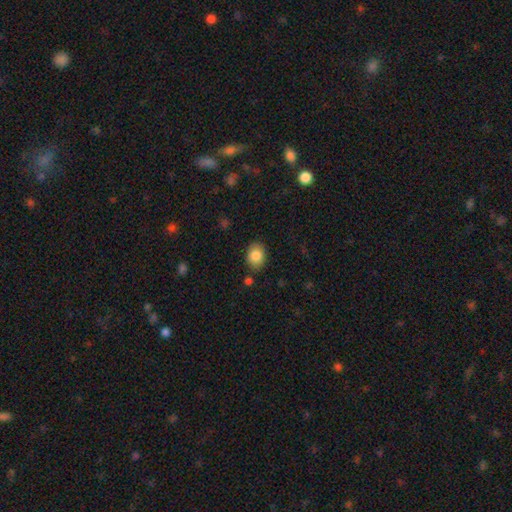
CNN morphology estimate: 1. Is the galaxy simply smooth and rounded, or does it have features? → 85% smooth, 8% star or artifact, 7% featured or disk.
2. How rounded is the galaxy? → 68% in between, 31% round, 1% cigar-shaped.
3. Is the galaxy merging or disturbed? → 83% none, 12% minor disturbance, 3% major disturbance, 3% merger.